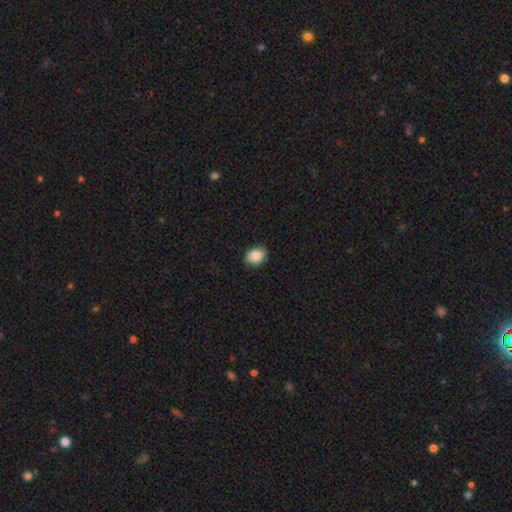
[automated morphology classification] This appears to be a smooth galaxy with no disk features (86%) that is in between round and cigar-shaped (57%). Merging: none (89%).